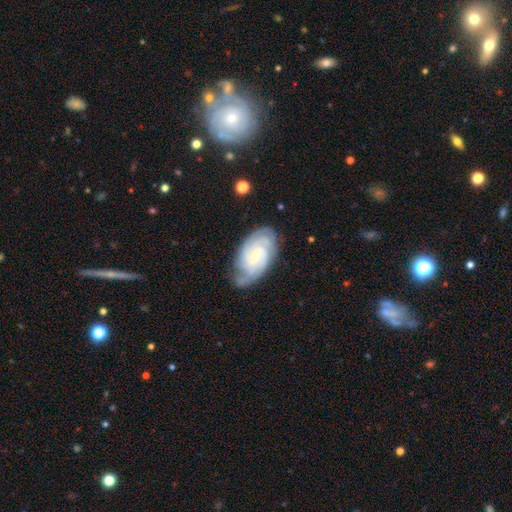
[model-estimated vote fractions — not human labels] Morphology: type=featured or disk (87%); edge-on=no (96%); bar=no (56%); spiral arms=yes (98%); winding=tight (73%); arm count=3 (29%); bulge=small (70%); merging=none (73%).